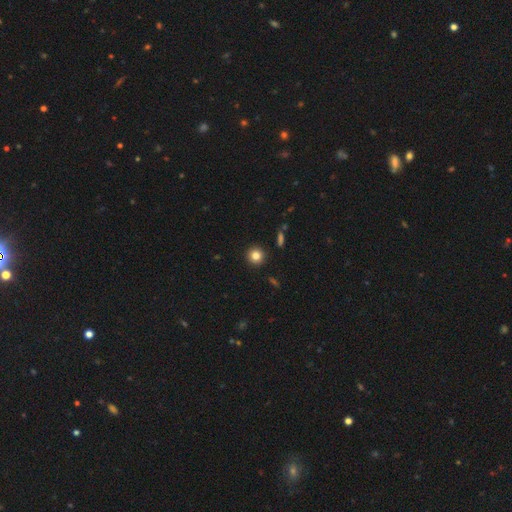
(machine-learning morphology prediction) This is clearly a smooth galaxy (82%). How rounded: clearly round (94%). Merging: clearly none (92%).